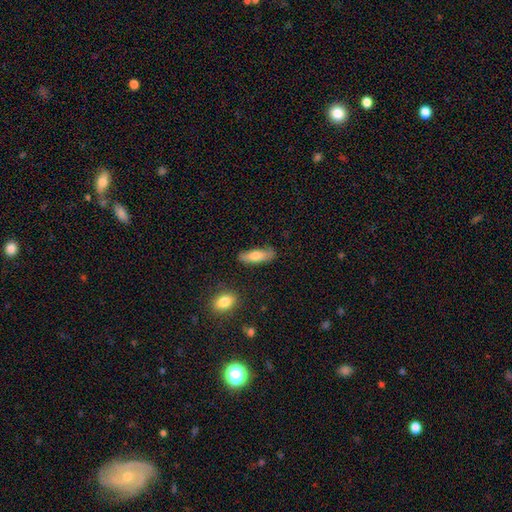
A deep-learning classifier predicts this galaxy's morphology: Smooth or featured? smooth (71%)
How rounded? in between (54%)
Merging? none (79%)